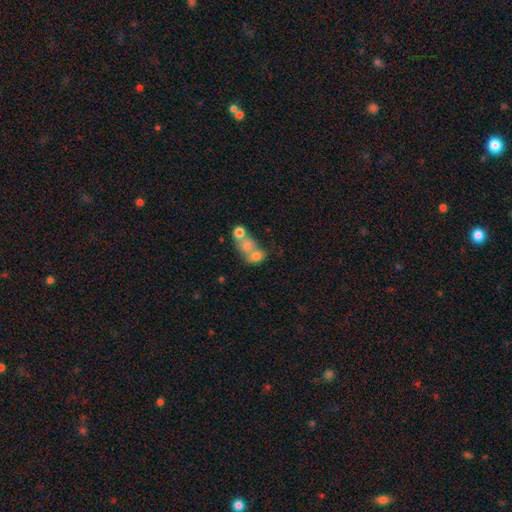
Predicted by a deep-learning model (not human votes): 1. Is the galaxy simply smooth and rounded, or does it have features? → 67% smooth, 21% featured or disk, 12% star or artifact.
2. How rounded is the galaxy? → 52% round, 46% in between, 2% cigar-shaped.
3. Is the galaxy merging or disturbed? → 66% merger, 22% none, 7% minor disturbance, 6% major disturbance.